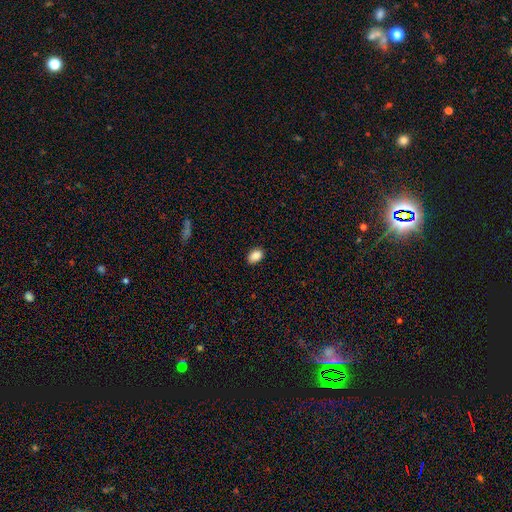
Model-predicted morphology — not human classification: A smooth galaxy with no disk features (88%) that is in between round and cigar-shaped (84%). Merging: none (87%).